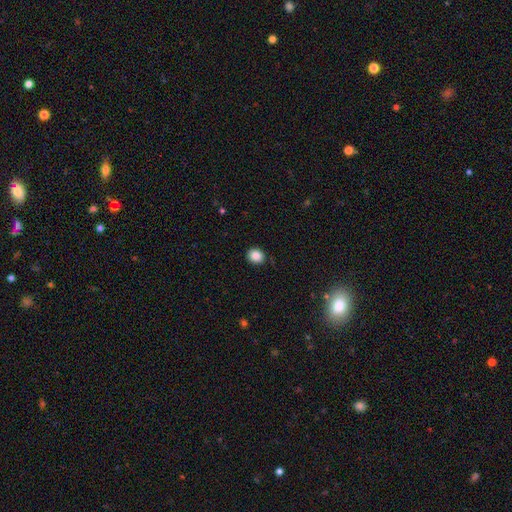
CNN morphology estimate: This is clearly a smooth galaxy (86%). How rounded: likely round (74%). Merging: clearly none (89%).